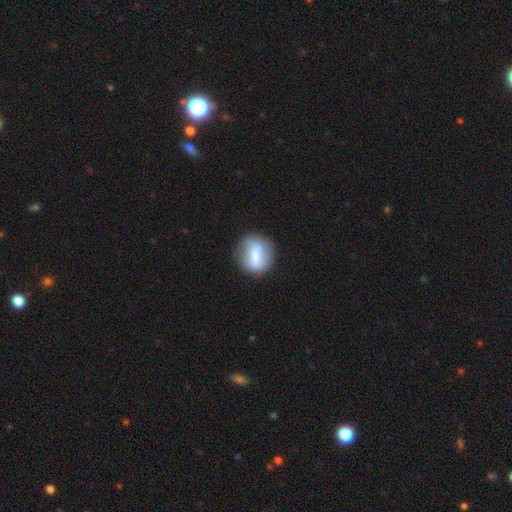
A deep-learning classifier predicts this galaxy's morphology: Q: Smooth or featured?
A: smooth (51%); runner-up: featured or disk (42%)
Q: How rounded?
A: round (79%); runner-up: in between (19%)
Q: Merging?
A: none (78%); runner-up: minor disturbance (15%)